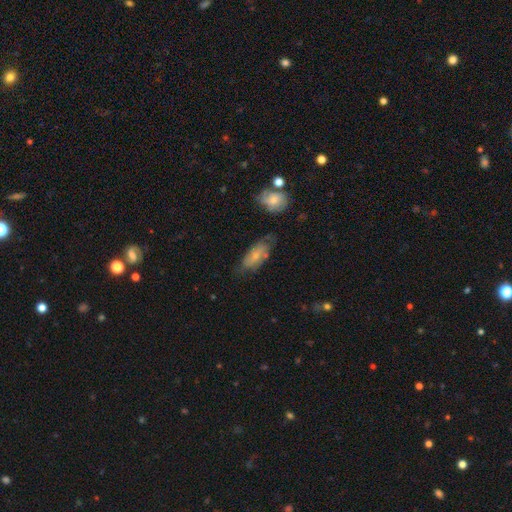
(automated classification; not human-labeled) The model was most divided on "merging": none: 53%, minor disturbance: 30%, major disturbance: 11%, merger: 7%. More confident: how rounded — in between (83%); smooth or featured — smooth (60%).